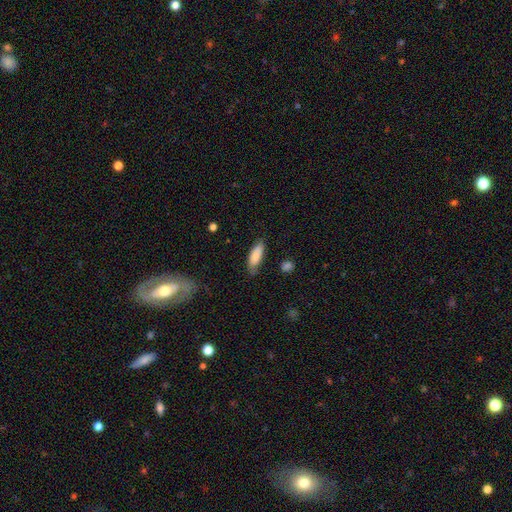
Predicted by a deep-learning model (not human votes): This appears to be a smooth galaxy with no disk features (83%) that is in between round and cigar-shaped (67%). Merging: none (70%).